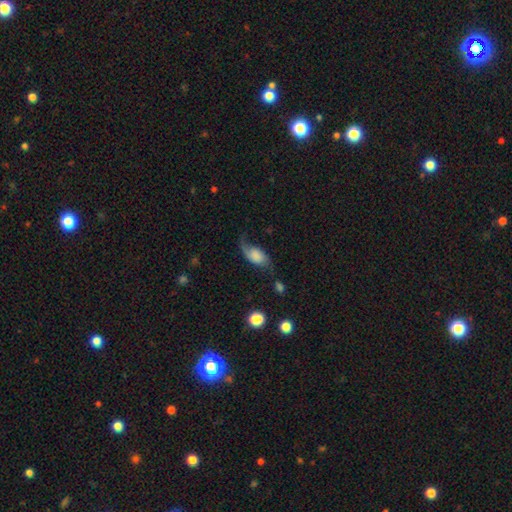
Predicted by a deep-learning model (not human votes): This is possibly a featured or disk galaxy (49%). Merging: possibly none (48%).